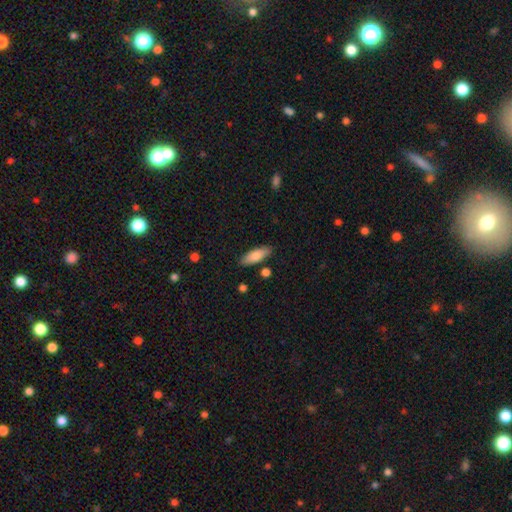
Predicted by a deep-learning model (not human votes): Q: Smooth or featured?
A: smooth (81%); runner-up: featured or disk (13%)
Q: How rounded?
A: in between (59%); runner-up: cigar-shaped (39%)
Q: Merging?
A: none (85%); runner-up: minor disturbance (10%)